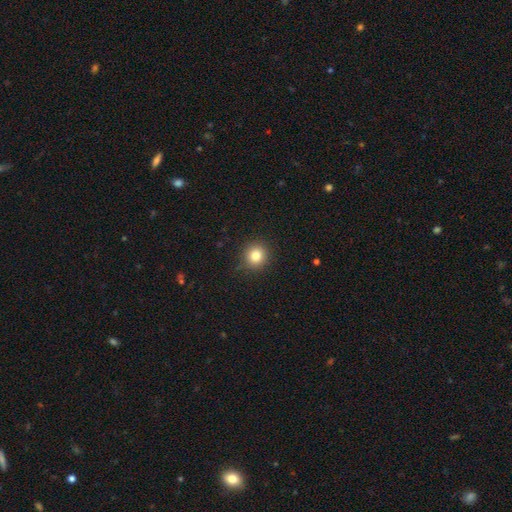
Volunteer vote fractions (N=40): This is clearly a smooth galaxy (80%). How rounded: clearly round (81%). Merging: likely none (74%).